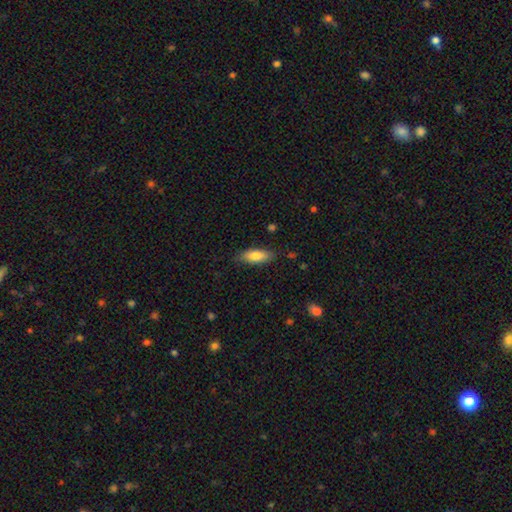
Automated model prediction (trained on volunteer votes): A smooth galaxy with no disk features (79%) that is in between round and cigar-shaped (69%).

Vote fractions:
- Smooth or featured? smooth: 79% / featured or disk: 15% / star or artifact: 6%
- How rounded? in between: 69% / cigar-shaped: 29% / round: 2%
- Merging? none: 81% / minor disturbance: 15% / major disturbance: 3% / merger: 1%